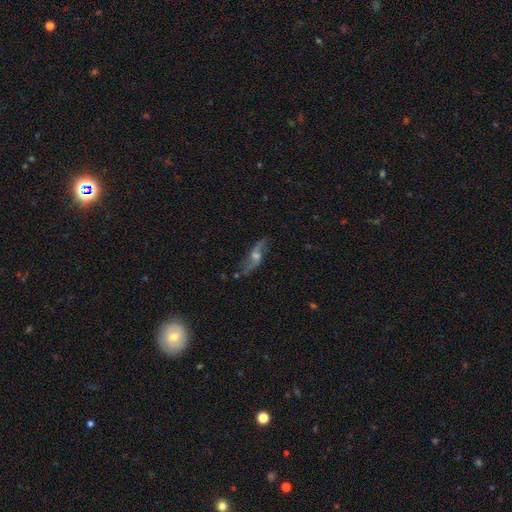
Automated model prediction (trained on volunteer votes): Overall: featured or disk (77%). Edge-on disk: no (75%). Bar: no (56%; weak 33%). Spiral arms: yes (89%). Spiral arm count: 2 (90%). Spiral winding: loose (82%). Bulge size: moderate (55%; small 32%). Merging: none (73%).